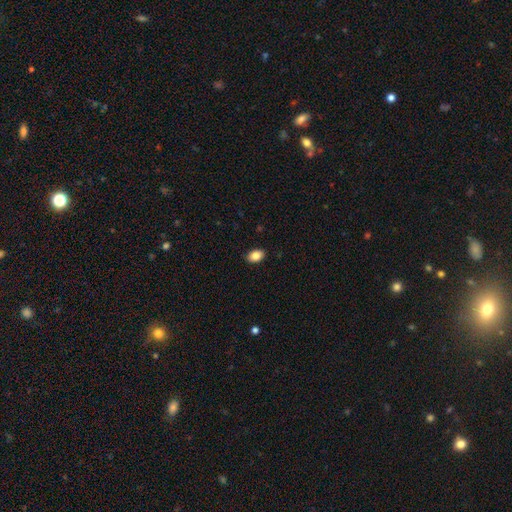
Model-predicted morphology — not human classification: Smooth or featured? smooth (86%)
How rounded? in between (83%)
Merging? none (89%)